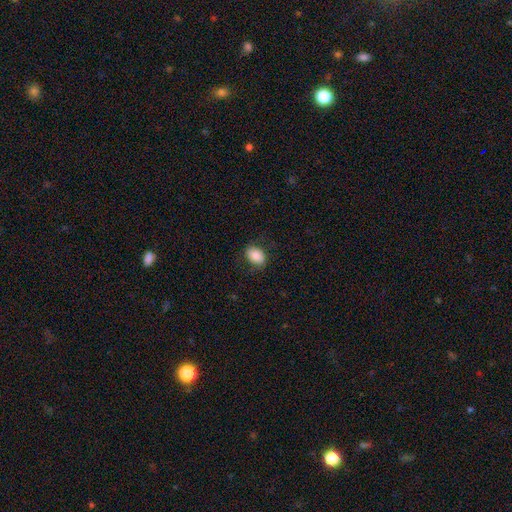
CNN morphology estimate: A smooth galaxy with no disk features (84%) that is in between round and cigar-shaped (78%). Merging: none (79%).